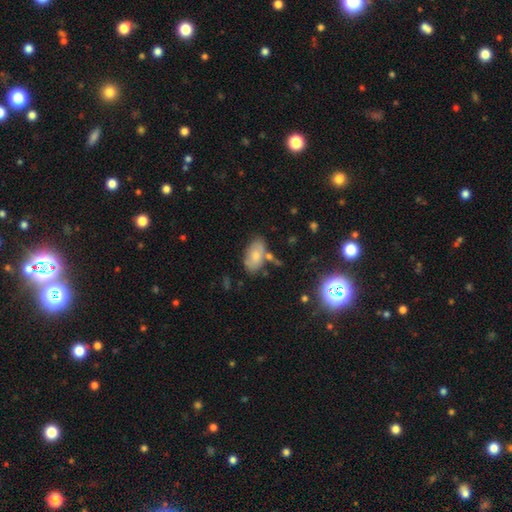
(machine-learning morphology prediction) type=smooth (69%); roundness=in between (93%); merging=none (62%).